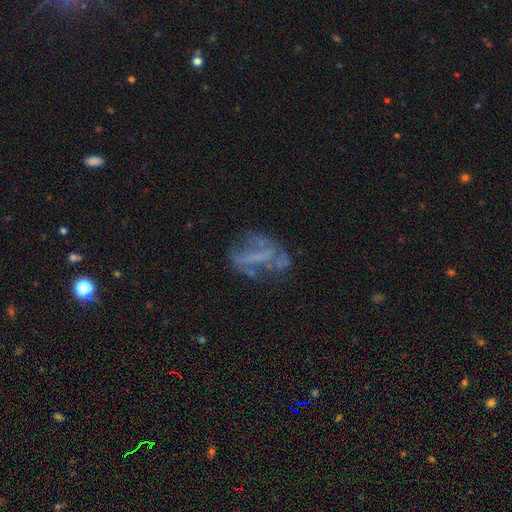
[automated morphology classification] This appears to be a featured or disk galaxy (62%) with no bar (44%), no spiral arms (63%) and no central bulge (74%). Merging: none (45%).